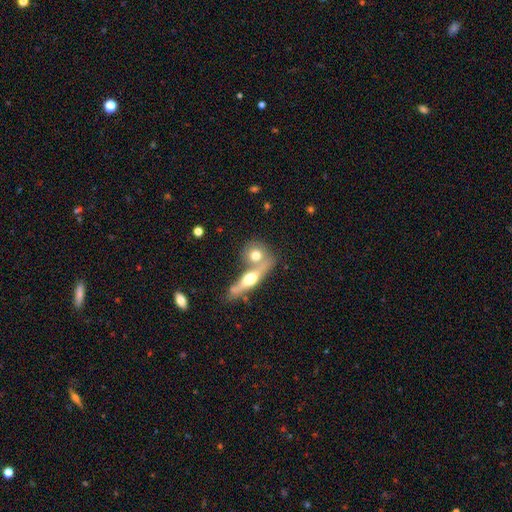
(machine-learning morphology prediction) Smooth or featured: smooth — 58% (featured or disk — 35%)
How rounded: round — 60% (in between — 28%)
Merging: none — 44% (merger — 43%)